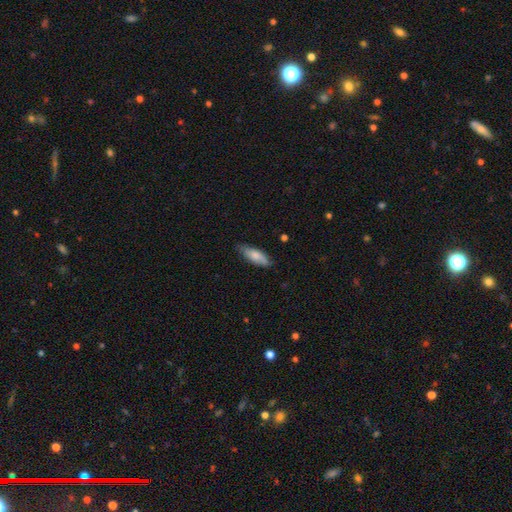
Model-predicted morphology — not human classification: smooth_or_featured: smooth (p=0.73) [alt: featured or disk p=0.21]
how_rounded: in between (p=0.60) [alt: cigar-shaped p=0.38]
merging: none (p=0.75) [alt: minor disturbance p=0.21]